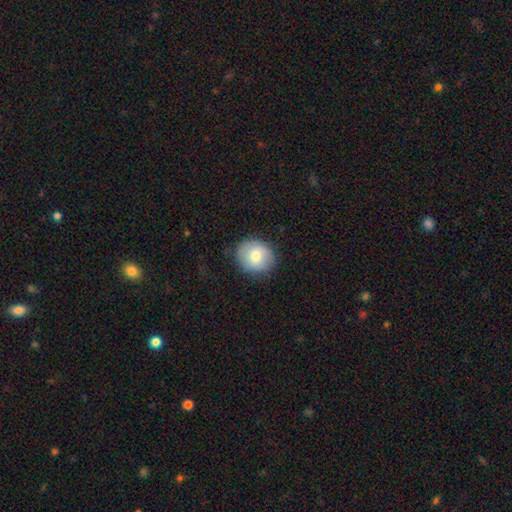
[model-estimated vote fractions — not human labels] Q: Smooth or featured?
A: smooth (76%); runner-up: featured or disk (17%)
Q: How rounded?
A: round (75%); runner-up: in between (24%)
Q: Merging?
A: none (84%); runner-up: minor disturbance (12%)